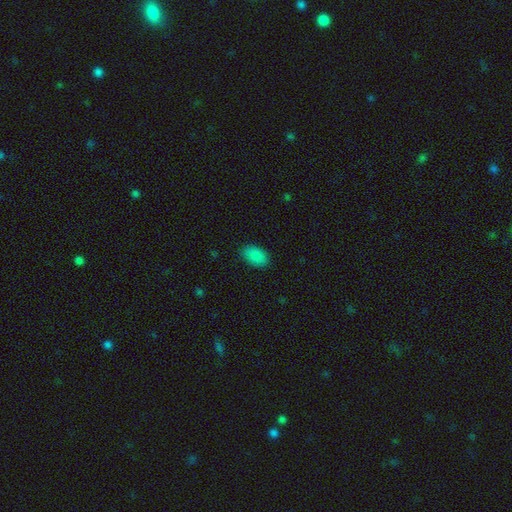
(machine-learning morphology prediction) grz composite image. It shows a smooth galaxy with no disk features (88%) that is in between round and cigar-shaped (91%). Merging: none (86%).